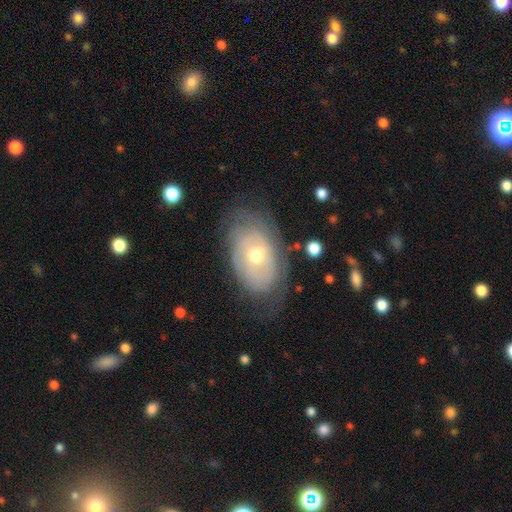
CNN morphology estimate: smooth_or_featured: featured or disk (p=0.70) [alt: smooth p=0.23]
disk_edge_on: no (p=0.94) [alt: yes p=0.06]
bar: no (p=0.54) [alt: weak p=0.36]
has_spiral_arms: yes (p=0.70) [alt: no p=0.30]
bulge_size: moderate (p=0.57) [alt: small p=0.39]
merging: none (p=0.67) [alt: minor disturbance p=0.21]